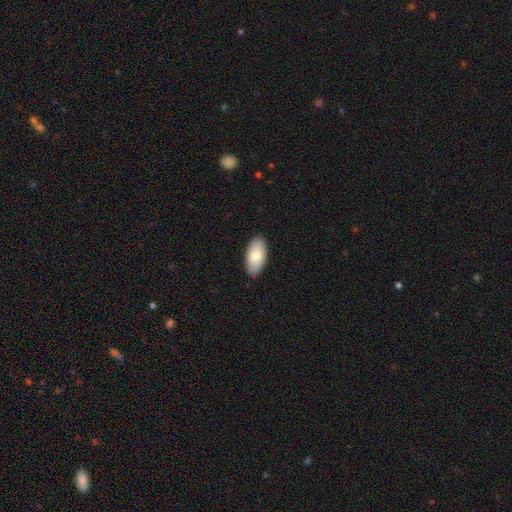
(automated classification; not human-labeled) Overall: smooth (79%). How rounded: in between (94%). Merging: none (86%).